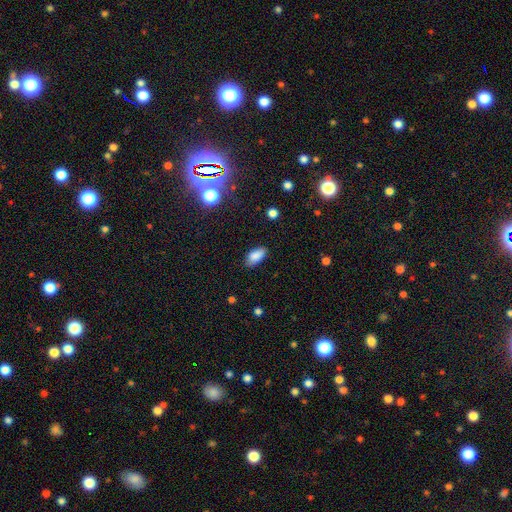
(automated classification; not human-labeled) This appears to be a smooth galaxy with no disk features (86%) that is in between round and cigar-shaped (92%). Merging: none (82%).